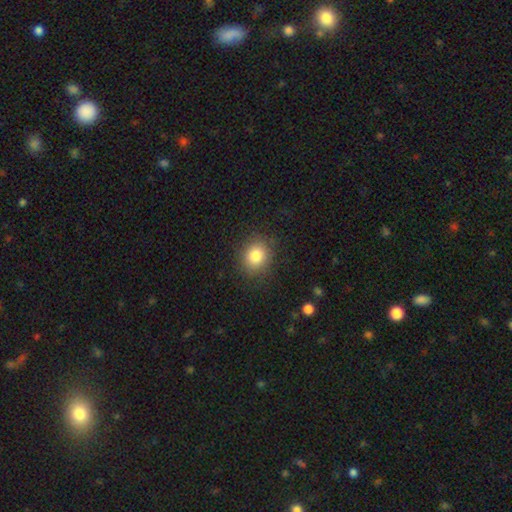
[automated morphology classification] The model was most divided on "how rounded": round: 70%, in between: 29%, cigar-shaped: 1%. More confident: merging — none (85%); smooth or featured — smooth (83%).